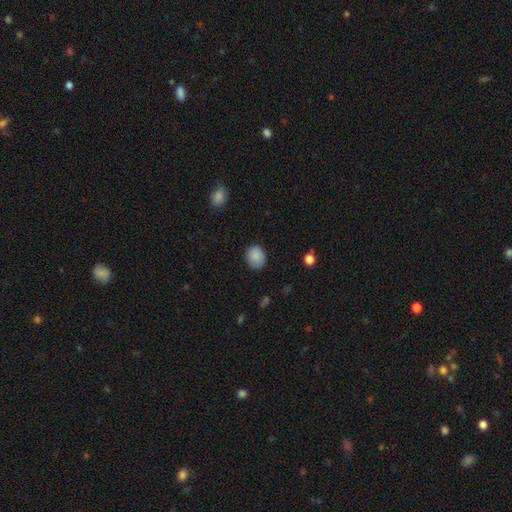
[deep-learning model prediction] This is clearly a smooth galaxy (88%). How rounded: possibly round (60%). Merging: clearly none (83%).